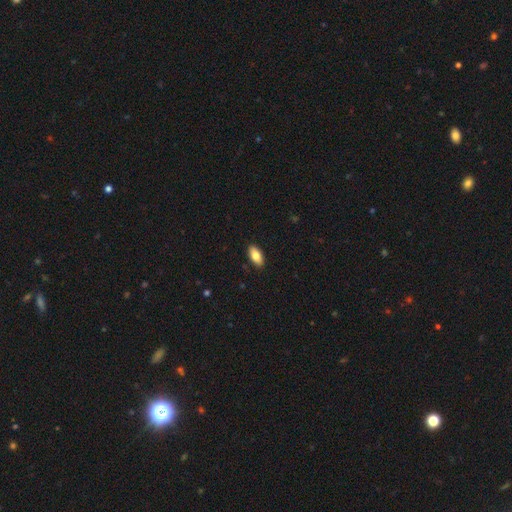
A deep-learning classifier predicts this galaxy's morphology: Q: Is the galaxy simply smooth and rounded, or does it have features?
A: smooth — 81%.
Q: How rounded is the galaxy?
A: in between — 92%.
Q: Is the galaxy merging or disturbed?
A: none — 90%.